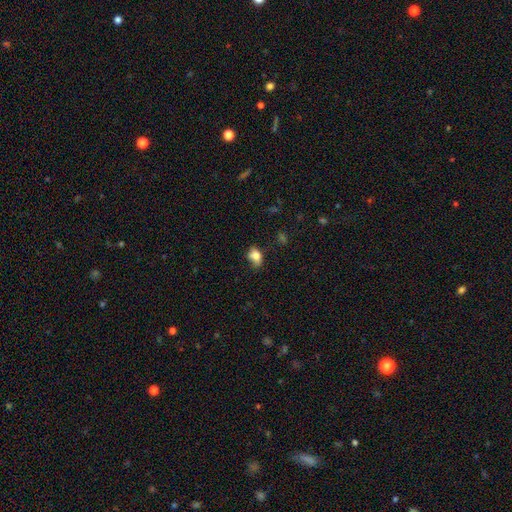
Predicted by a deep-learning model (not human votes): Smooth or featured: smooth — 77% (featured or disk — 13%)
How rounded: in between — 73% (round — 25%)
Merging: none — 41% (minor disturbance — 36%)